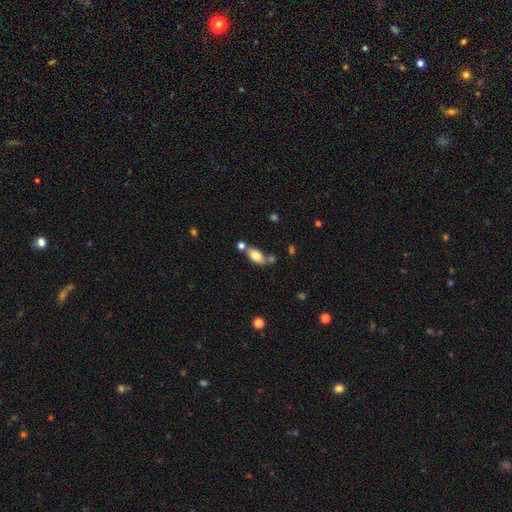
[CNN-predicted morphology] The model was most divided on "merging": none: 59%, merger: 23%, minor disturbance: 14%, major disturbance: 5%. More confident: how rounded — in between (88%); smooth or featured — smooth (76%).